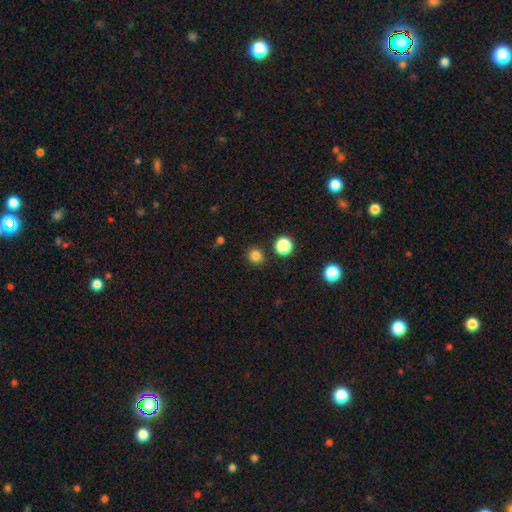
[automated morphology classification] smooth 82%, star or artifact 14%, featured or disk 4%. Down the decision tree: how rounded — round (88%); merging — none (89%).